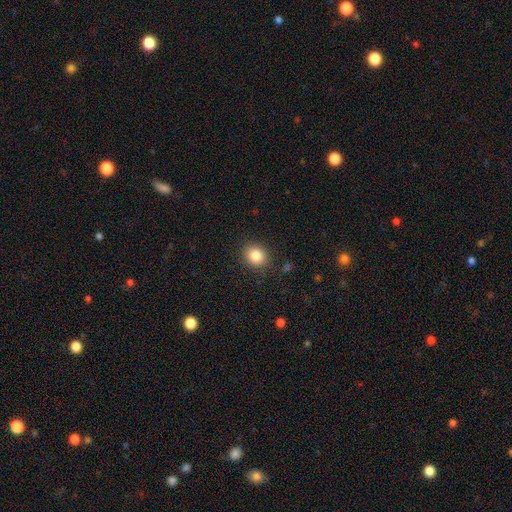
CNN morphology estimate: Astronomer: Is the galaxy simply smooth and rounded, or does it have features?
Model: smooth — 84%.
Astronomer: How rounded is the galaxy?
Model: round — 71%.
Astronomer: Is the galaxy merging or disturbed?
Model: none — 88%.